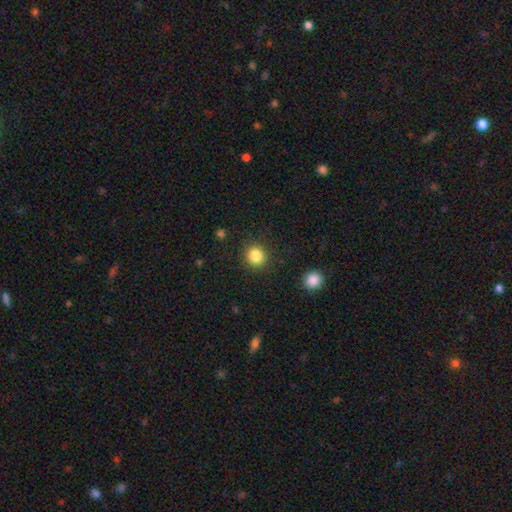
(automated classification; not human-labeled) A smooth galaxy with no disk features (84%) that is round (81%).

Vote fractions:
- Smooth or featured? smooth: 84% / star or artifact: 11% / featured or disk: 5%
- How rounded? round: 81% / in between: 19% / cigar-shaped: 1%
- Merging? none: 88% / minor disturbance: 8% / major disturbance: 3% / merger: 1%